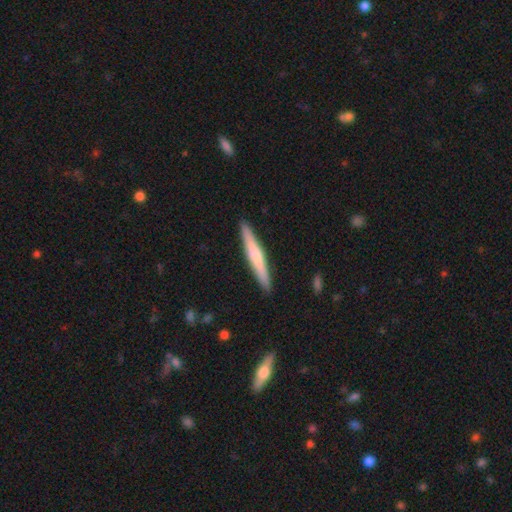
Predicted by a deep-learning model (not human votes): The model was most divided on "smooth or featured": smooth: 54%, featured or disk: 41%, star or artifact: 5%. More confident: how rounded — cigar-shaped (95%); merging — none (92%).